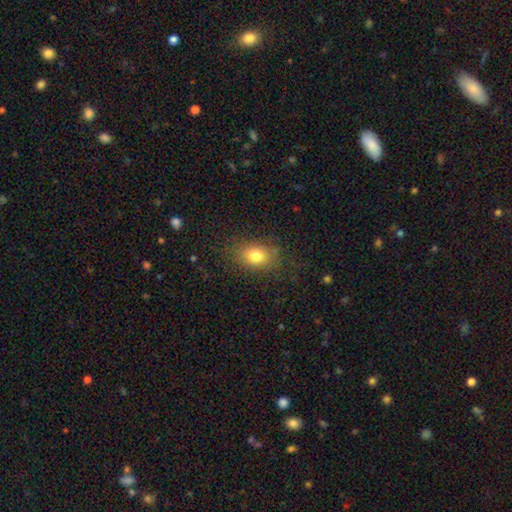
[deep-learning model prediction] Smooth or featured?
  - smooth: 78% *
  - star or artifact: 11%
  - featured or disk: 10%
How rounded?
  - in between: 68% *
  - round: 31%
  - cigar-shaped: 1%
Merging?
  - none: 81% *
  - minor disturbance: 13%
  - major disturbance: 5%
  - merger: 1%